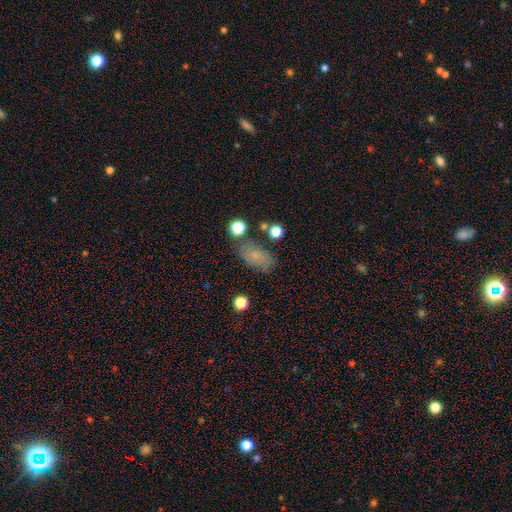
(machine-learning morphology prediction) Smooth or featured?
  - smooth: 66% *
  - featured or disk: 22%
  - star or artifact: 12%
How rounded?
  - in between: 87% *
  - round: 10%
  - cigar-shaped: 3%
Merging?
  - none: 66% *
  - minor disturbance: 21%
  - major disturbance: 7%
  - merger: 6%